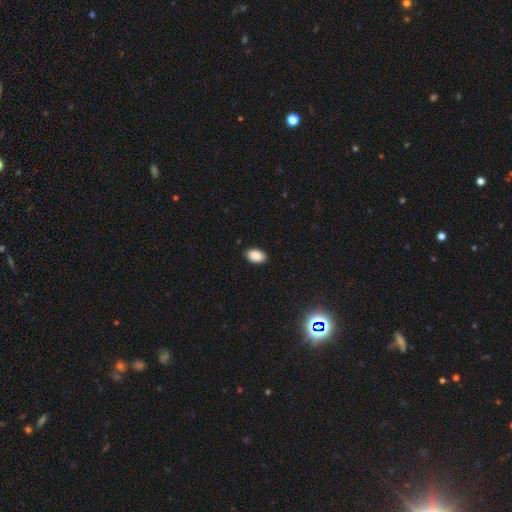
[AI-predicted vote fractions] A smooth galaxy with no disk features (89%) that is in between round and cigar-shaped (90%). Merging: none (89%).